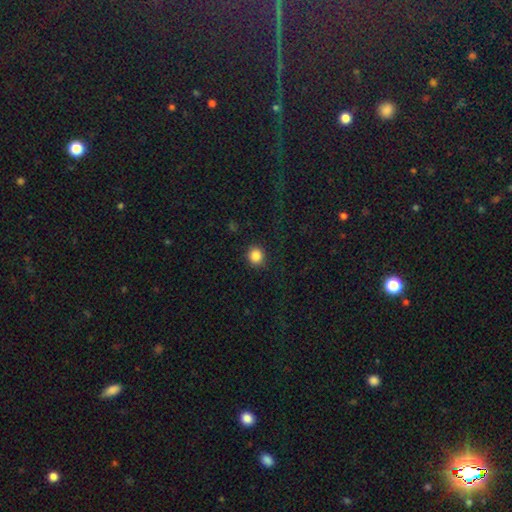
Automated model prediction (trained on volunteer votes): The model was most divided on "smooth or featured": smooth: 85%, star or artifact: 11%, featured or disk: 4%. More confident: merging — none (90%); how rounded — round (88%).